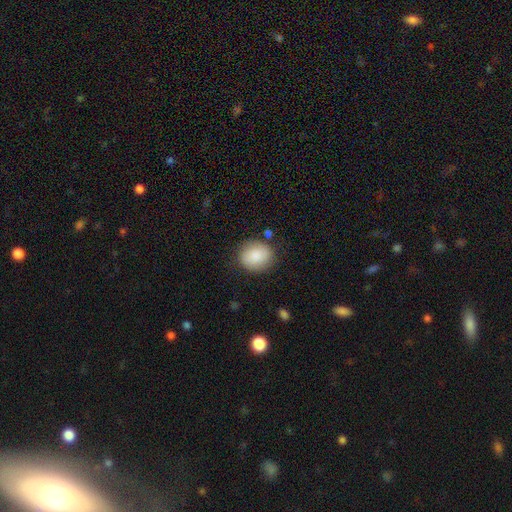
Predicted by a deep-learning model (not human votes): Morphology: type=smooth (84%); roundness=round (69%); merging=none (80%).